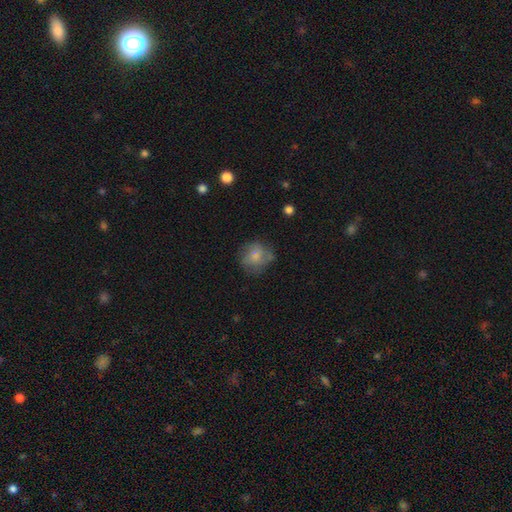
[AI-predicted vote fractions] Smooth or featured?
  - smooth: 65% *
  - featured or disk: 25%
  - star or artifact: 9%
How rounded?
  - round: 76% *
  - in between: 23%
  - cigar-shaped: 1%
Merging?
  - none: 56% *
  - minor disturbance: 26%
  - major disturbance: 14%
  - merger: 4%